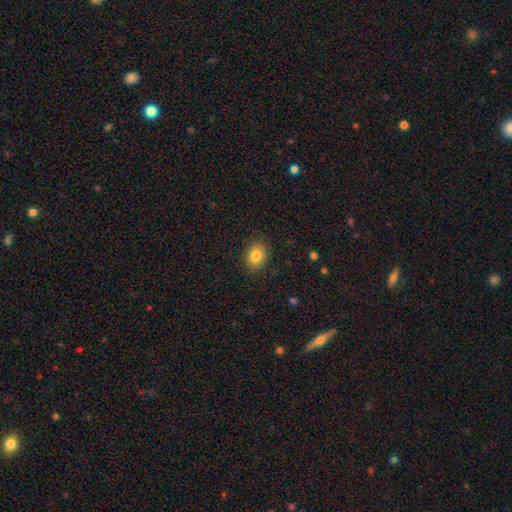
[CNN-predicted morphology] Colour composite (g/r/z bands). It shows a smooth galaxy with no disk features (83%) that is in between round and cigar-shaped (64%). Merging: none (87%).